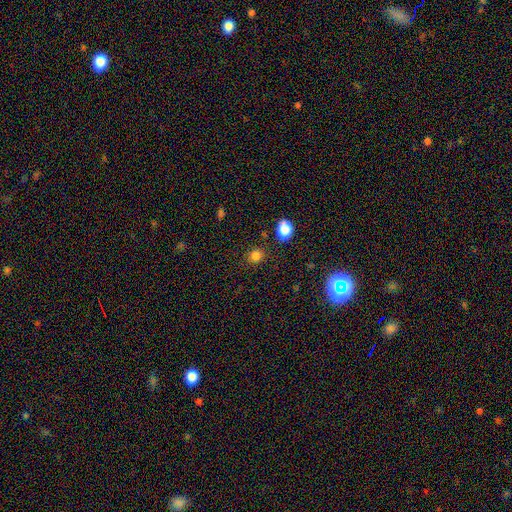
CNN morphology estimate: This is clearly a smooth galaxy (82%). How rounded: likely round (74%). Merging: clearly none (80%).